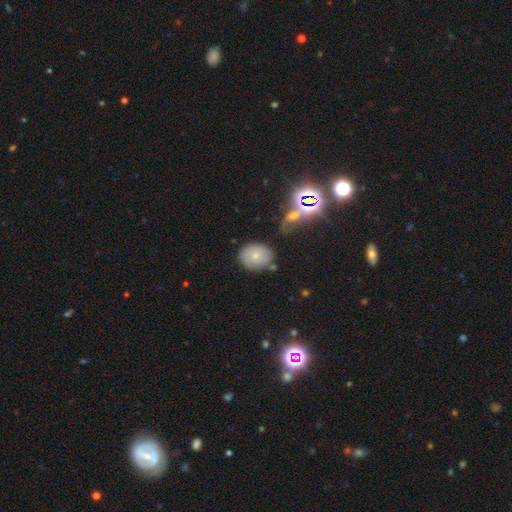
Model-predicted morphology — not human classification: A smooth galaxy with no disk features (71%) that is in between round and cigar-shaped (59%).

Vote fractions:
- Smooth or featured? smooth: 71% / featured or disk: 17% / star or artifact: 12%
- How rounded? in between: 59% / round: 40% / cigar-shaped: 1%
- Merging? none: 72% / minor disturbance: 17% / merger: 6% / major disturbance: 5%